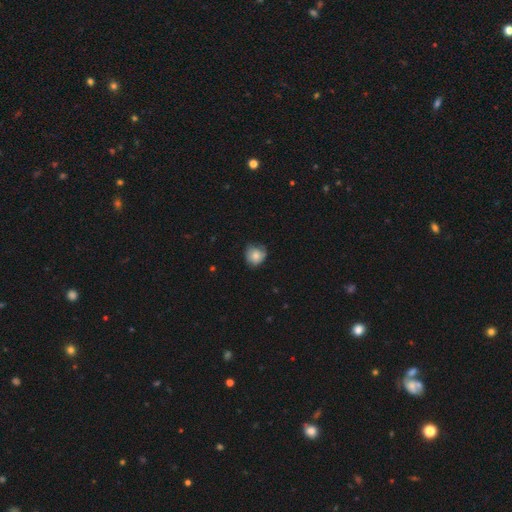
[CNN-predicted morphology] Overall: smooth (72%). How rounded: round (82%). Merging: none (60%; minor disturbance 30%).